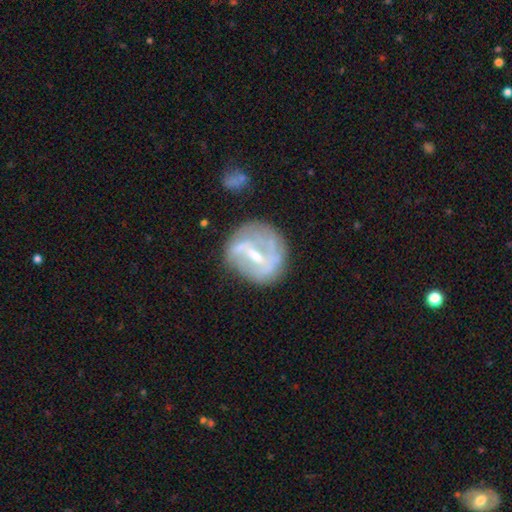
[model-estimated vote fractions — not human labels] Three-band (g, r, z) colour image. It shows a featured or disk galaxy (71%) with a weak bar (44%), spiral arms (63%) and a moderate central bulge (45%). Merging: none (61%).